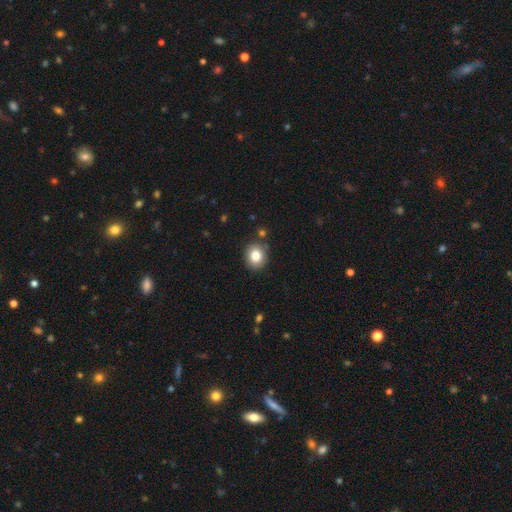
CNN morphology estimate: A smooth galaxy with no disk features (83%) that is round (66%). Merging: none (84%).